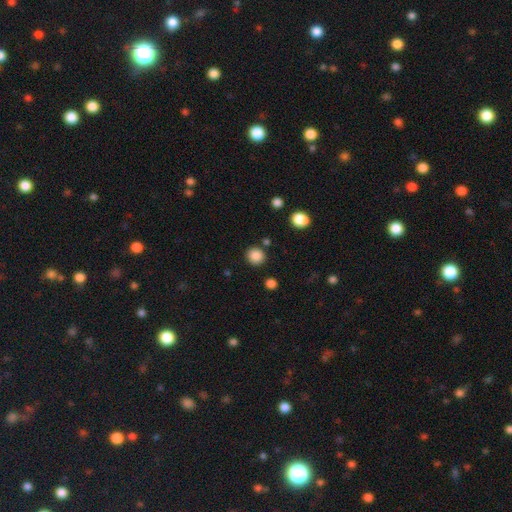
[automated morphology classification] smooth 86%, star or artifact 10%, featured or disk 4%. Down the decision tree: how rounded — round (90%); merging — none (87%).